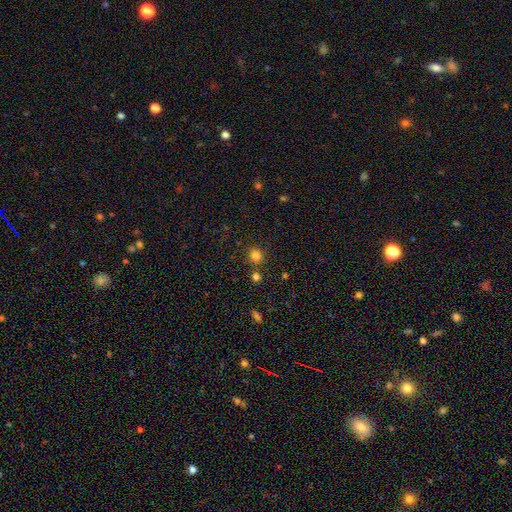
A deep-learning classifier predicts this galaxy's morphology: A smooth galaxy with no disk features (80%) that is round (89%).

Vote fractions:
- Smooth or featured? smooth: 80% / star or artifact: 15% / featured or disk: 5%
- How rounded? round: 89% / in between: 10% / cigar-shaped: 1%
- Merging? none: 80% / merger: 9% / minor disturbance: 8% / major disturbance: 3%